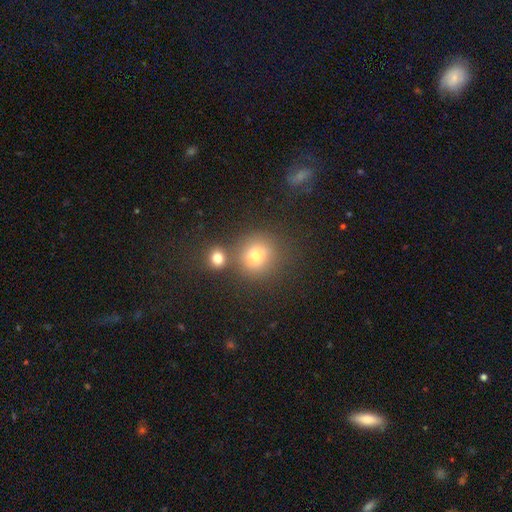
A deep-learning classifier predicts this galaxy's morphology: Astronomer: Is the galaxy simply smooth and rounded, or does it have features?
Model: smooth — 74%.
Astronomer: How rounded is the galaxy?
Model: round — 84%.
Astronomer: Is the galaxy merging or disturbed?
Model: none — 68%.